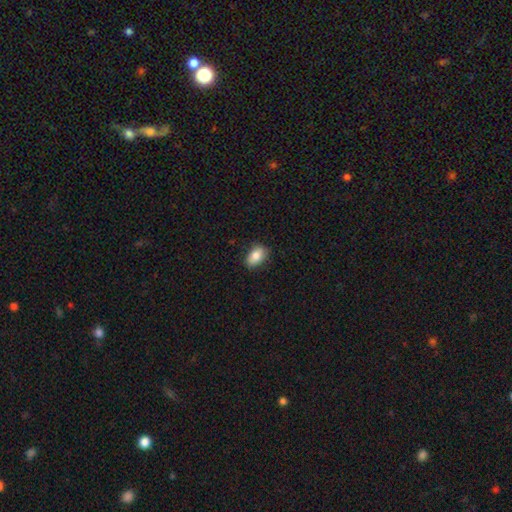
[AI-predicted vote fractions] A smooth galaxy with no disk features (83%) that is in between round and cigar-shaped (90%). Merging: none (81%).